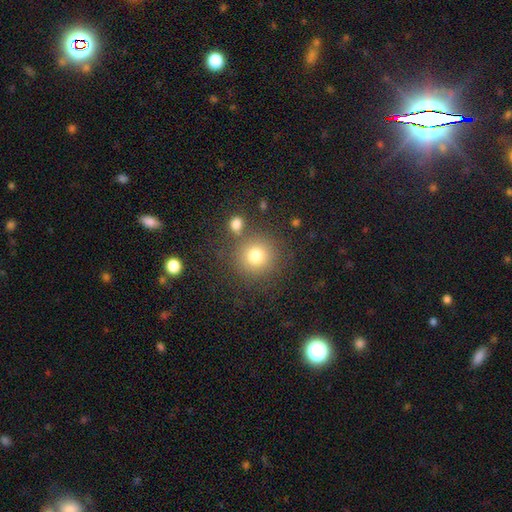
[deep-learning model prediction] smooth 78%, star or artifact 13%, featured or disk 9%. Down the decision tree: how rounded — round (92%); merging — none (77%).